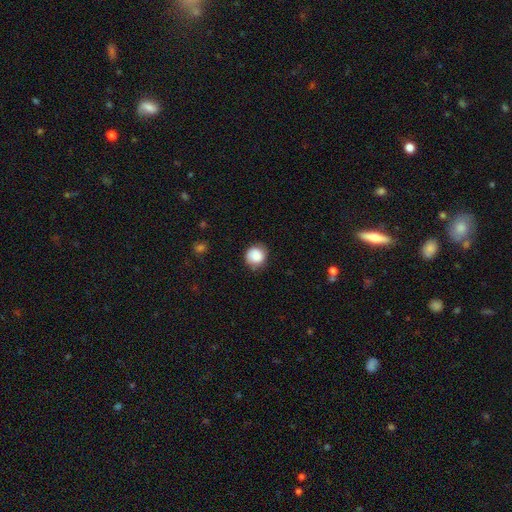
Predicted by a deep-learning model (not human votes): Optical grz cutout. It shows a smooth galaxy with no disk features (84%) that is round (89%). Merging: none (75%).